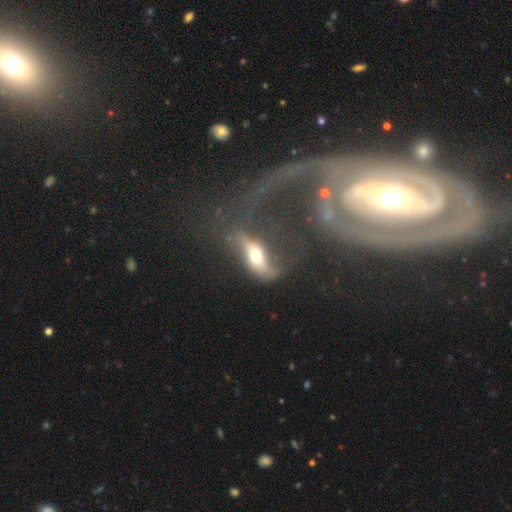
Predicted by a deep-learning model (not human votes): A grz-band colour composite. It shows a featured or disk galaxy (55%). Merging: major disturbance (40%).